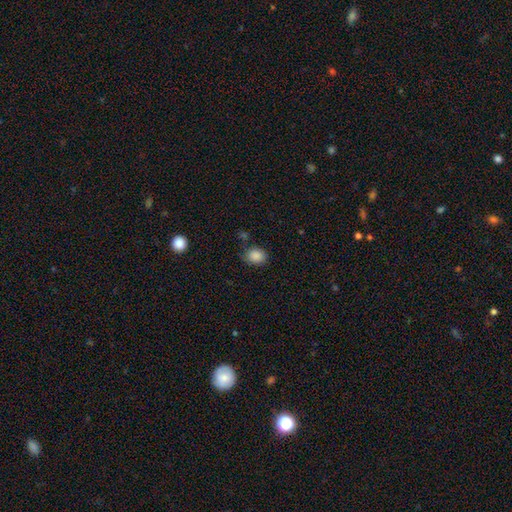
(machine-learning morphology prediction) The model was most divided on "how rounded": in between: 53%, round: 46%, cigar-shaped: 1%. More confident: smooth or featured — smooth (87%); merging — none (75%).